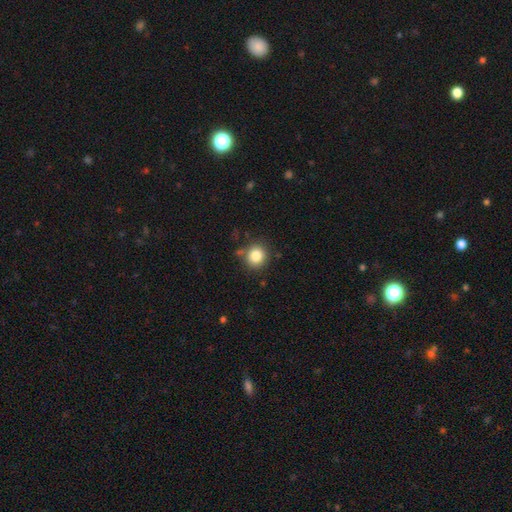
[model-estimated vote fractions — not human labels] smooth 83%, star or artifact 11%, featured or disk 6%. Down the decision tree: how rounded — round (87%); merging — none (81%).